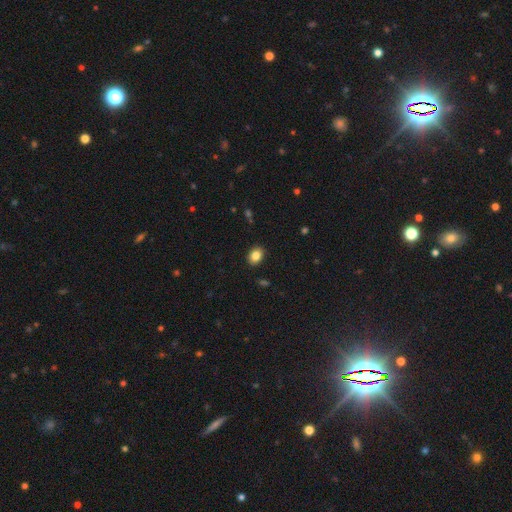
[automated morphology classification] smooth_or_featured: smooth (p=0.85) [alt: star or artifact p=0.09]
how_rounded: in between (p=0.73) [alt: round p=0.26]
merging: none (p=0.89) [alt: minor disturbance p=0.08]